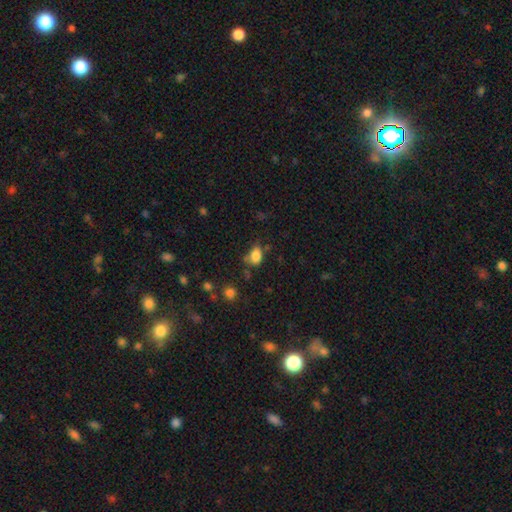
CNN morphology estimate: Smooth or featured? Predicted: smooth (p=0.83). How rounded? Predicted: in between (p=0.78). Merging? Predicted: none (p=0.60).